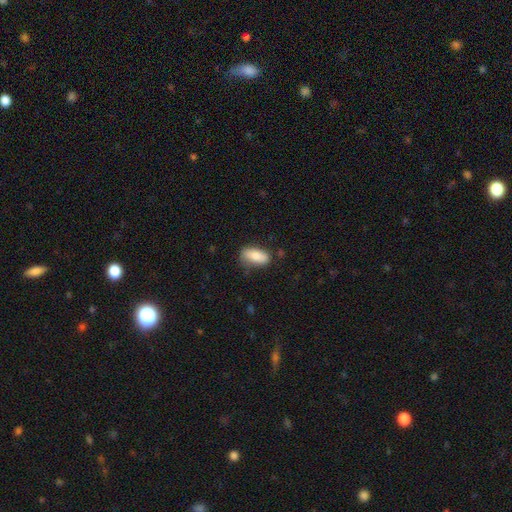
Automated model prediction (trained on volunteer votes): Smooth or featured? Predicted: smooth (p=0.79). How rounded? Predicted: in between (p=0.87). Merging? Predicted: none (p=0.73).